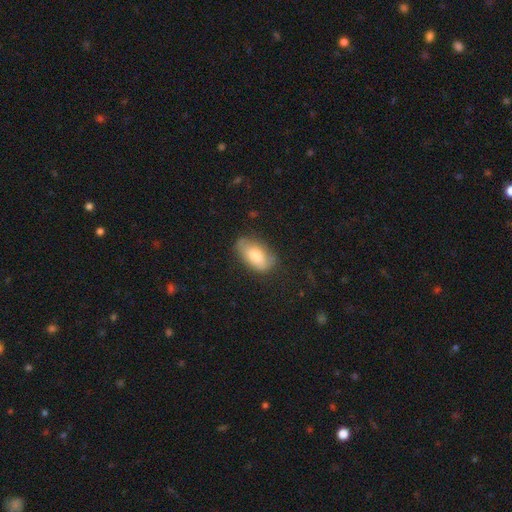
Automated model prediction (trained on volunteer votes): Q: Smooth or featured?
A: smooth (73%); runner-up: featured or disk (20%)
Q: How rounded?
A: in between (92%); runner-up: round (5%)
Q: Merging?
A: none (68%); runner-up: minor disturbance (24%)